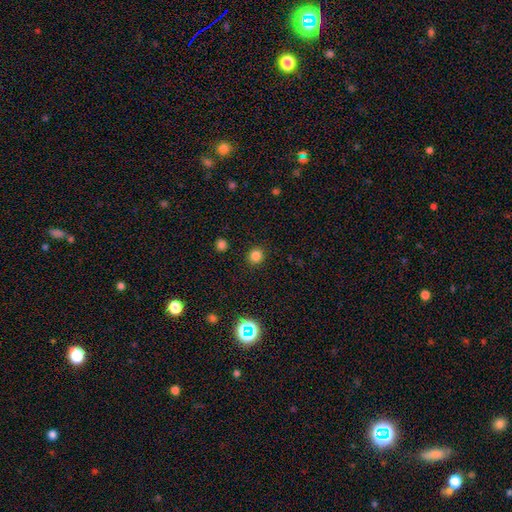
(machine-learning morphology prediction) This is clearly a smooth galaxy (82%). How rounded: clearly round (90%). Merging: clearly none (91%).